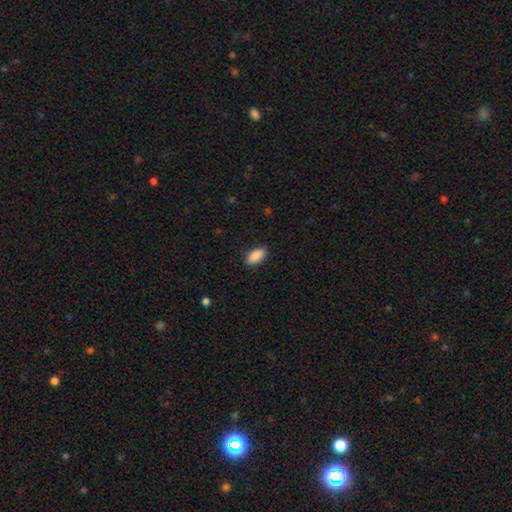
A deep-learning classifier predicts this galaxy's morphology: Smooth or featured? Predicted: smooth (p=0.90). How rounded? Predicted: in between (p=0.87). Merging? Predicted: none (p=0.88).